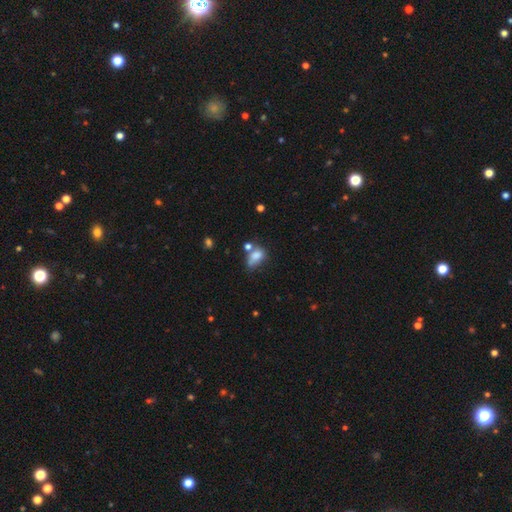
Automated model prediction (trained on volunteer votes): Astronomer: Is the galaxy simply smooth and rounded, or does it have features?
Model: smooth — 74%.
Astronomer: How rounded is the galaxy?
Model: in between — 80%.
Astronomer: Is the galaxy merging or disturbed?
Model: none — 31% (runner-up: merger, 30%).